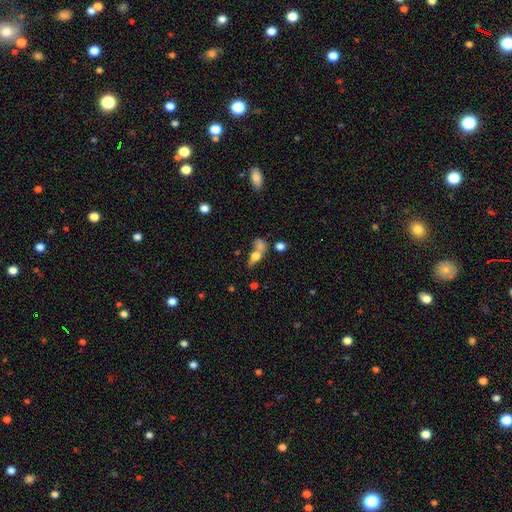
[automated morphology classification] Smooth or featured? smooth (59%)
How rounded? in between (57%)
Merging? merger (43%)